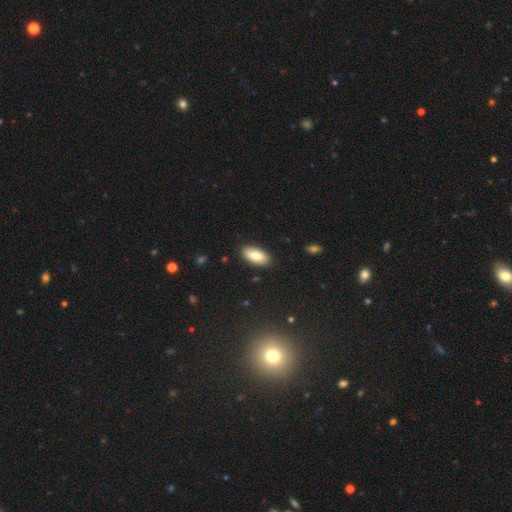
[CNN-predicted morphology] This appears to be a smooth galaxy with no disk features (83%) that is in between round and cigar-shaped (91%). Merging: none (87%).